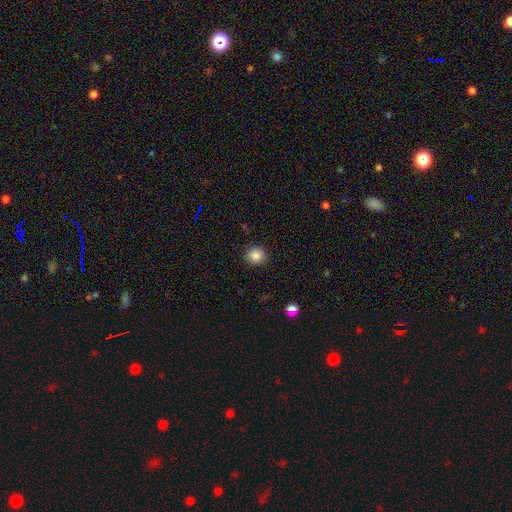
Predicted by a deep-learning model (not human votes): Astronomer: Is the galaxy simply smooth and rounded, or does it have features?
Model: smooth — 86%.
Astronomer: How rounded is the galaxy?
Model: round — 91%.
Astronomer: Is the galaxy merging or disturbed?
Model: none — 91%.